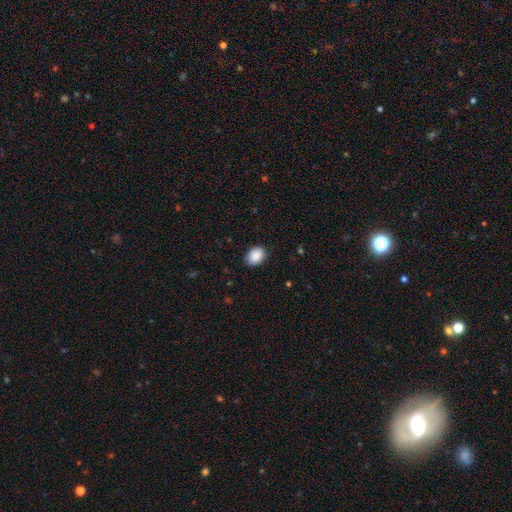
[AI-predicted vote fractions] Smooth or featured?
  - smooth: 89% *
  - star or artifact: 7%
  - featured or disk: 4%
How rounded?
  - in between: 70% *
  - round: 29%
  - cigar-shaped: 1%
Merging?
  - none: 85% *
  - minor disturbance: 12%
  - major disturbance: 2%
  - merger: 1%